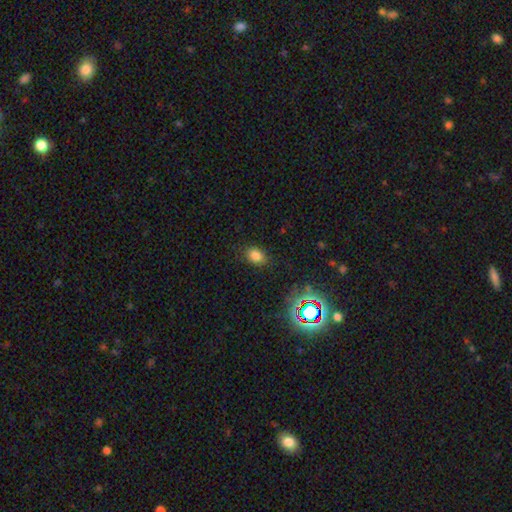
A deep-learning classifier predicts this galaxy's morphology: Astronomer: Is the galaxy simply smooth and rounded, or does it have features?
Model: smooth — 79%.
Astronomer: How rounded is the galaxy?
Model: in between — 67%.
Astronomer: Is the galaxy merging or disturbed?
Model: none — 83%.